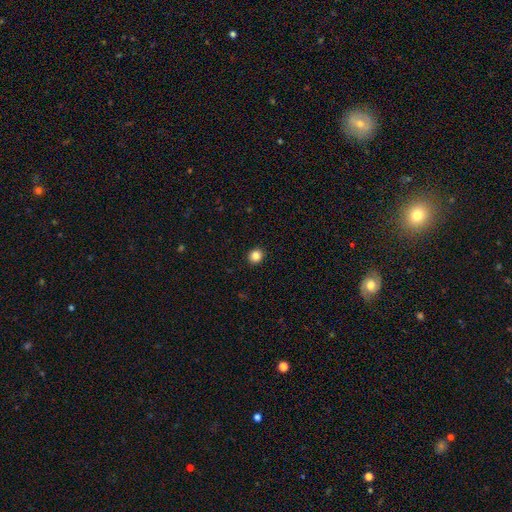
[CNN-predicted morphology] The model was most divided on "how rounded": round: 86%, in between: 13%, cigar-shaped: 1%. More confident: merging — none (93%); smooth or featured — smooth (85%).